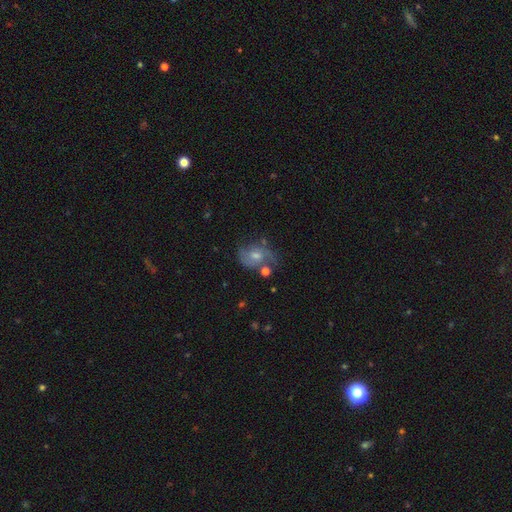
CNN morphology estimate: The model was most divided on "bulge size": moderate: 58%, small: 31%, large: 6%, none: 4%, dominant: 1%. More confident: edge-on disk — no (96%); spiral arms — yes (79%); bar — no (68%); smooth or featured — featured or disk (59%); merging — none (56%).